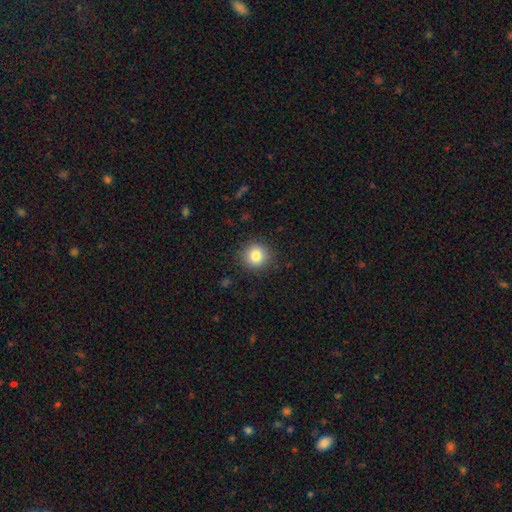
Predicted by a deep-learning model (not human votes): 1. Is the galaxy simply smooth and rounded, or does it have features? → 83% smooth, 10% star or artifact, 6% featured or disk.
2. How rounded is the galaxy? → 92% round, 8% in between, 1% cigar-shaped.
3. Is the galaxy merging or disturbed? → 89% none, 8% minor disturbance, 3% major disturbance, 1% merger.